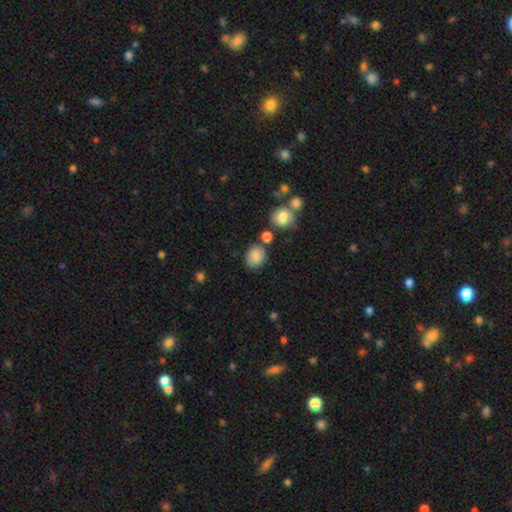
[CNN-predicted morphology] Smooth or featured? smooth (83%)
How rounded? round (62%)
Merging? none (75%)